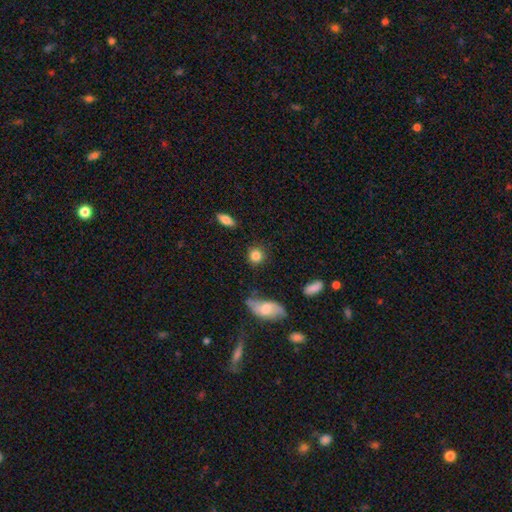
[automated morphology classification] The model was most divided on "merging": none: 83%, minor disturbance: 11%, major disturbance: 3%, merger: 3%. More confident: how rounded — round (86%); smooth or featured — smooth (83%).